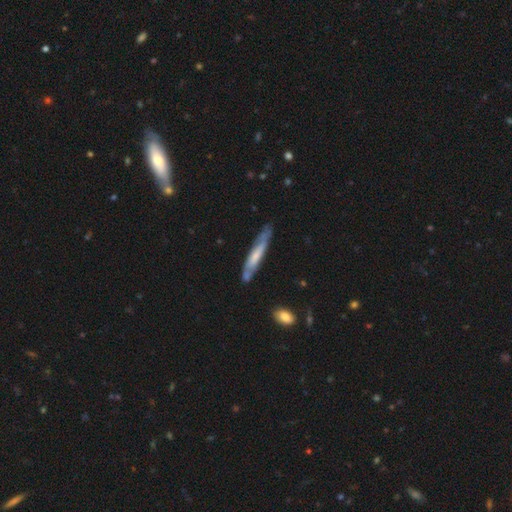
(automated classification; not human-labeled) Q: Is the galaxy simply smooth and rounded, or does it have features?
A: featured or disk — 47%, tied with smooth.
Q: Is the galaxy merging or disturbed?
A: none — 62%.